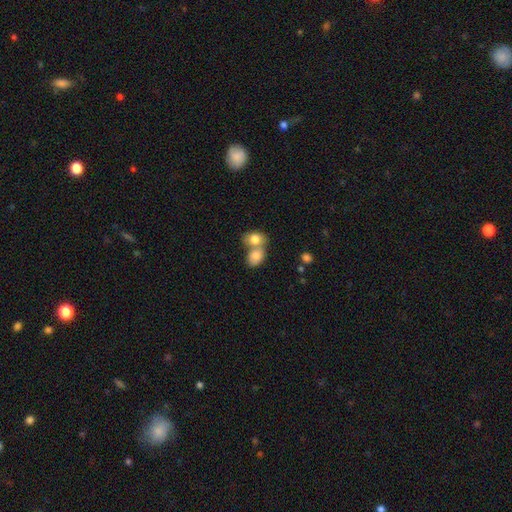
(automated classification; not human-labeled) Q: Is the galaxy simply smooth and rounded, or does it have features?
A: smooth — 82%.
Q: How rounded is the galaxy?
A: in between — 68%.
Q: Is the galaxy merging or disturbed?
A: merger — 64%.